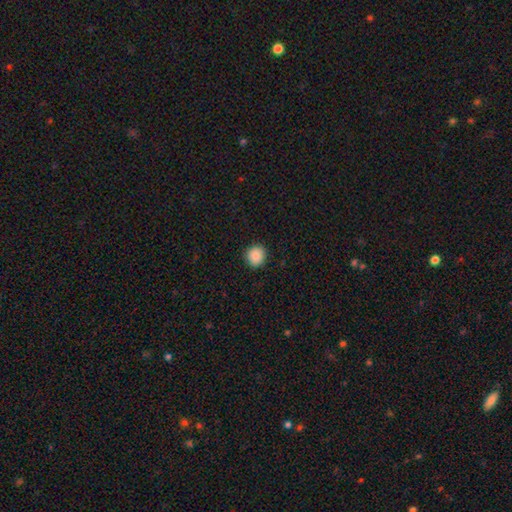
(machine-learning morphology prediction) A smooth galaxy with no disk features (88%) that is round (85%). Merging: none (90%).